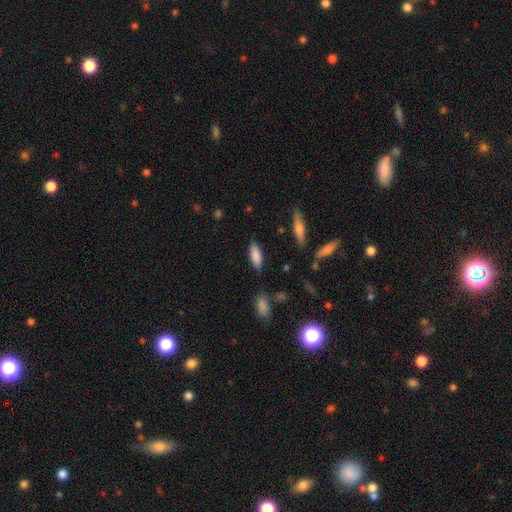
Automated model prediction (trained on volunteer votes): This appears to be a smooth galaxy with no disk features (83%) that is in between round and cigar-shaped (69%). Merging: none (81%).